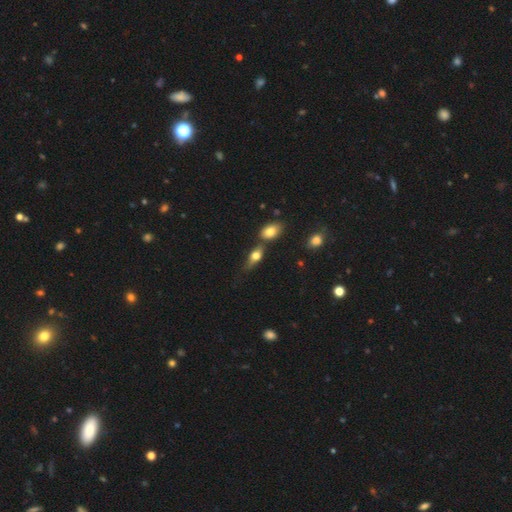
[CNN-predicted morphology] Smooth or featured: smooth — 64% (featured or disk — 27%)
How rounded: in between — 71% (cigar-shaped — 19%)
Merging: none — 50% (merger — 26%)